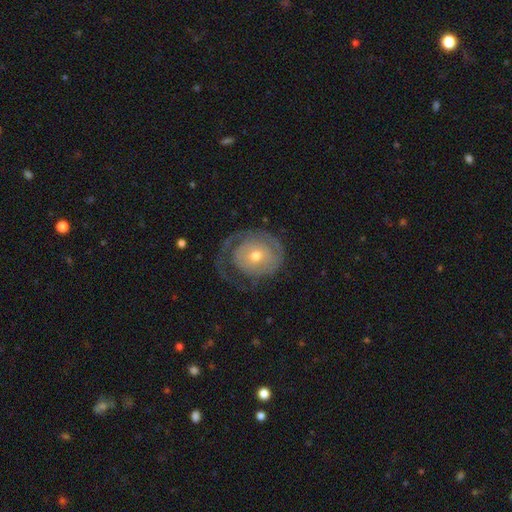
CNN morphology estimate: type=featured or disk (68%); edge-on=no (97%); bar=no (79%); spiral arms=yes (75%); bulge=moderate (51%); merging=none (50%).